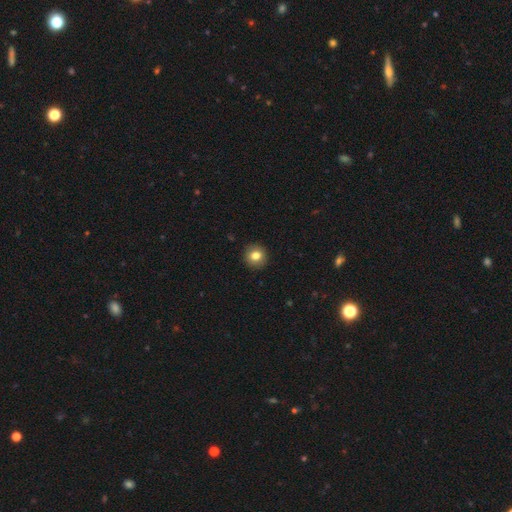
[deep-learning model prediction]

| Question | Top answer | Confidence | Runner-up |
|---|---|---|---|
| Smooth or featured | smooth | 82% | star or artifact (9%) |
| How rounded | round | 91% | in between (8%) |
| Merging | none | 92% | minor disturbance (6%) |